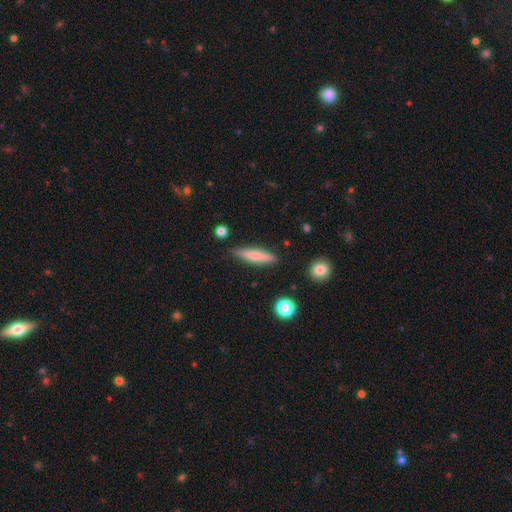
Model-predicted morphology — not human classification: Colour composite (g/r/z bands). It shows a smooth galaxy with no disk features (72%) that is cigar-shaped (83%). Merging: none (86%).